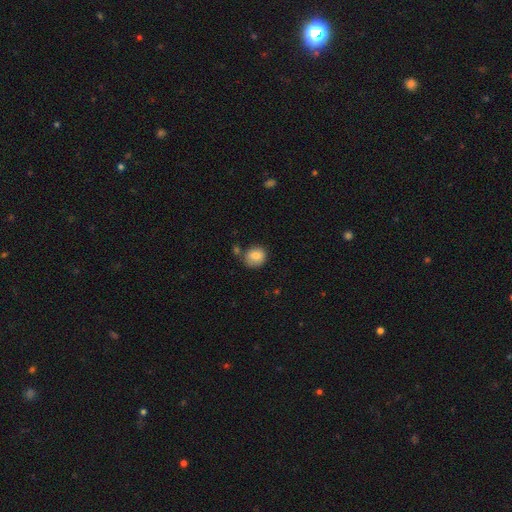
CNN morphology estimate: A smooth galaxy with no disk features (84%) that is round (72%).

Vote fractions:
- Smooth or featured? smooth: 84% / star or artifact: 8% / featured or disk: 8%
- How rounded? round: 72% / in between: 27% / cigar-shaped: 1%
- Merging? none: 67% / minor disturbance: 18% / merger: 10% / major disturbance: 5%